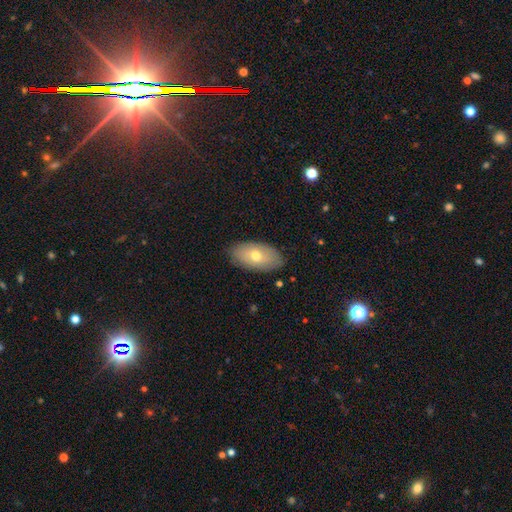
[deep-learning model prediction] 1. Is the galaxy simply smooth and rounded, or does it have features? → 66% smooth, 27% featured or disk, 7% star or artifact.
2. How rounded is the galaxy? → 93% in between, 4% round, 3% cigar-shaped.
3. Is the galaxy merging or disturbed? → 84% none, 12% minor disturbance, 2% major disturbance, 1% merger.